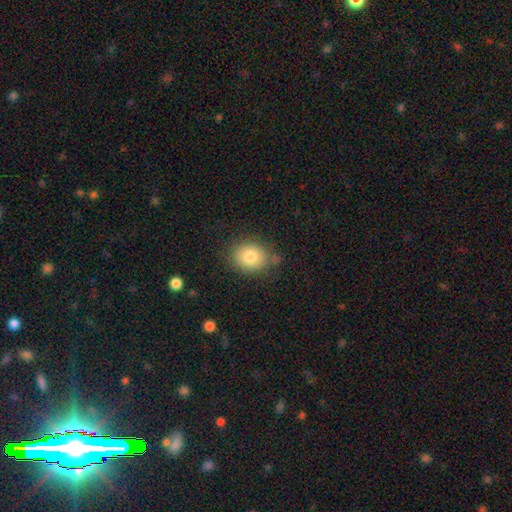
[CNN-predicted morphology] A smooth galaxy with no disk features (81%) that is round (59%).

Vote fractions:
- Smooth or featured? smooth: 81% / star or artifact: 10% / featured or disk: 9%
- How rounded? round: 59% / in between: 40% / cigar-shaped: 1%
- Merging? none: 78% / minor disturbance: 15% / major disturbance: 3% / merger: 3%